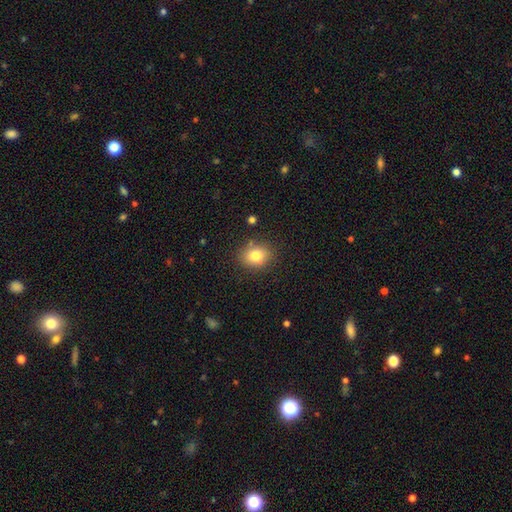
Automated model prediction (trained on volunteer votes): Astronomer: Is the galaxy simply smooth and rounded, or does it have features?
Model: smooth — 80%.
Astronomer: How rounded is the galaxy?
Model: round — 58% (runner-up: in between, 42%).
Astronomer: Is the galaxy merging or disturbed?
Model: none — 83%.